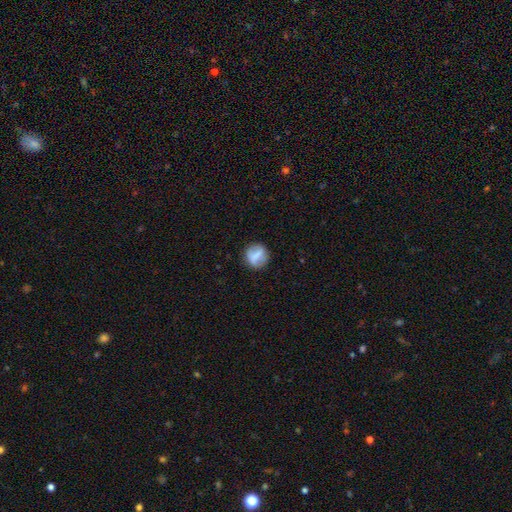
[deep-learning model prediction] smooth-or-featured: smooth: 61% | featured or disk: 31% | star or artifact: 8%
  how-rounded: round: 79% | in between: 18% | cigar-shaped: 3%
  merging: none: 83% | minor disturbance: 11% | major disturbance: 4% | merger: 1%